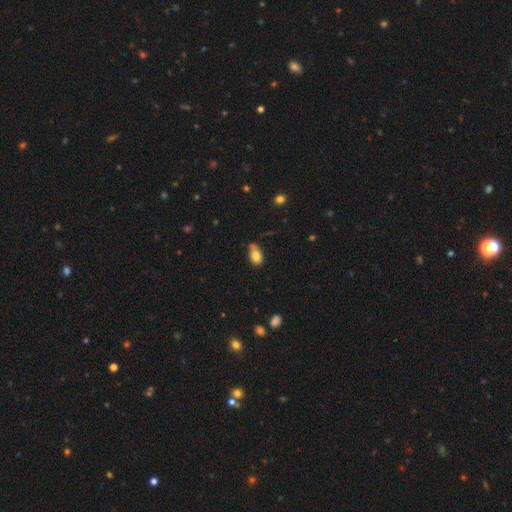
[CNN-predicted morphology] Smooth or featured?
  - smooth: 79% *
  - featured or disk: 13%
  - star or artifact: 9%
How rounded?
  - in between: 89% *
  - round: 8%
  - cigar-shaped: 4%
Merging?
  - none: 51% *
  - minor disturbance: 35%
  - major disturbance: 8%
  - merger: 5%